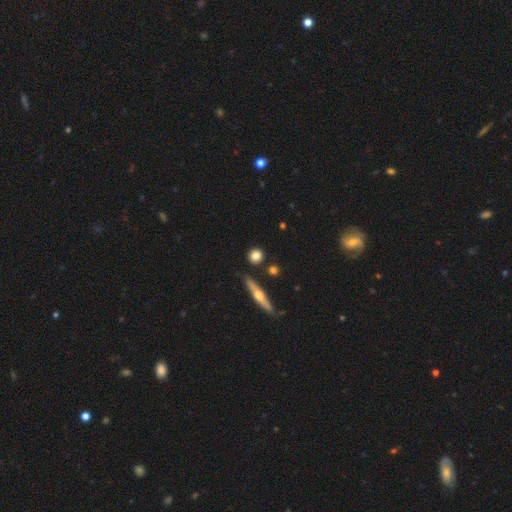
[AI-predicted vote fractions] A smooth galaxy with no disk features (77%) that is round (84%).

Vote fractions:
- Smooth or featured? smooth: 77% / featured or disk: 15% / star or artifact: 8%
- How rounded? round: 84% / in between: 11% / cigar-shaped: 5%
- Merging? none: 86% / minor disturbance: 8% / merger: 4% / major disturbance: 2%